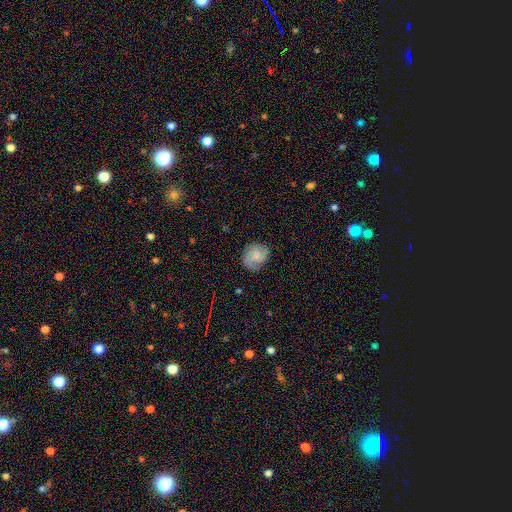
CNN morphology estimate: Q: Smooth or featured?
A: featured or disk (51%); runner-up: smooth (41%)
Q: Edge-on disk?
A: no (98%); runner-up: yes (2%)
Q: Merging?
A: none (70%); runner-up: minor disturbance (21%)